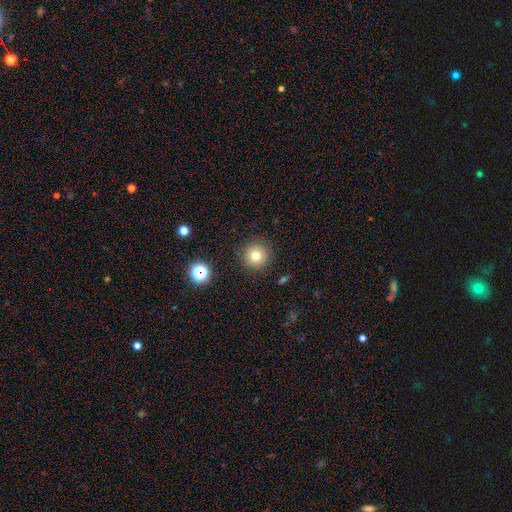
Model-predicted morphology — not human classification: smooth 76%, star or artifact 14%, featured or disk 10%. Down the decision tree: how rounded — round (95%); merging — none (90%).